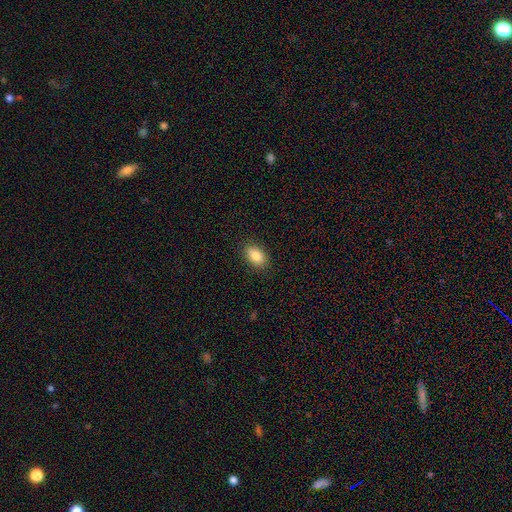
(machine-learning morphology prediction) The model was most divided on "smooth or featured": smooth: 84%, featured or disk: 8%, star or artifact: 8%. More confident: how rounded — in between (90%); merging — none (89%).